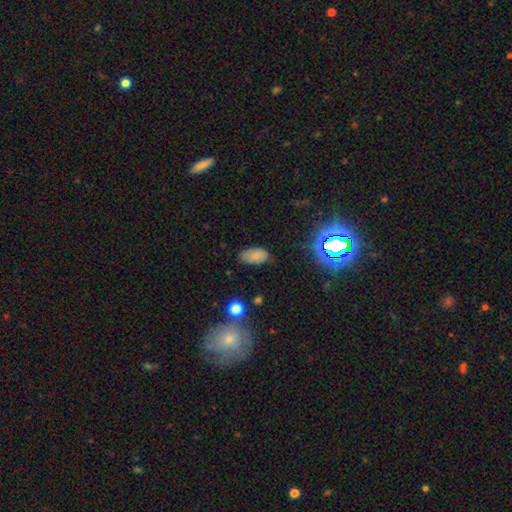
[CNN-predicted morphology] This appears to be a smooth galaxy with no disk features (76%) that is in between round and cigar-shaped (93%). Merging: none (73%).